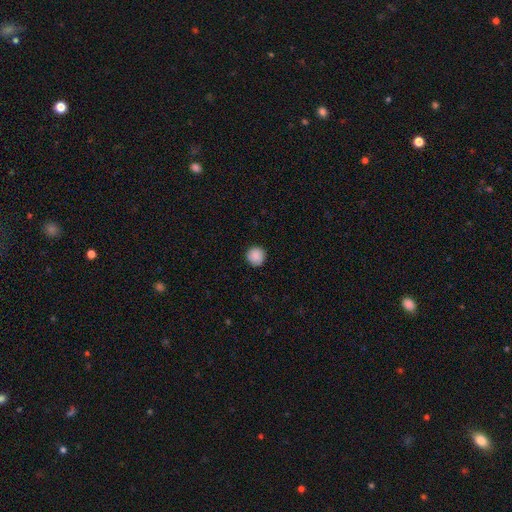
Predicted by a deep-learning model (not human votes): Overall: smooth (89%). How rounded: round (95%). Merging: none (91%).